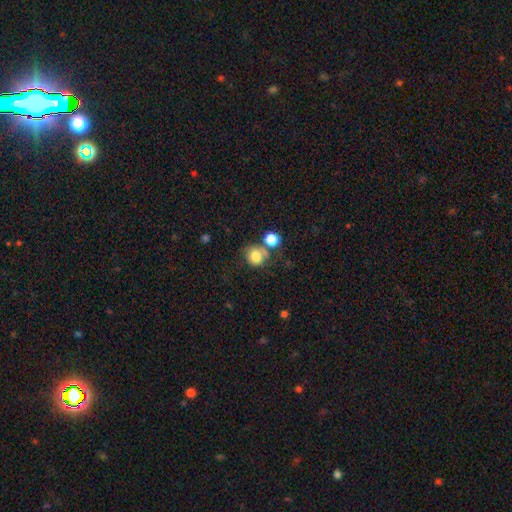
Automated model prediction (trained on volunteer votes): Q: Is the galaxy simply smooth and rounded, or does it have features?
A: smooth — 79%.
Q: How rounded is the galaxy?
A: round — 80%.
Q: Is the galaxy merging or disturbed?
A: none — 49%.